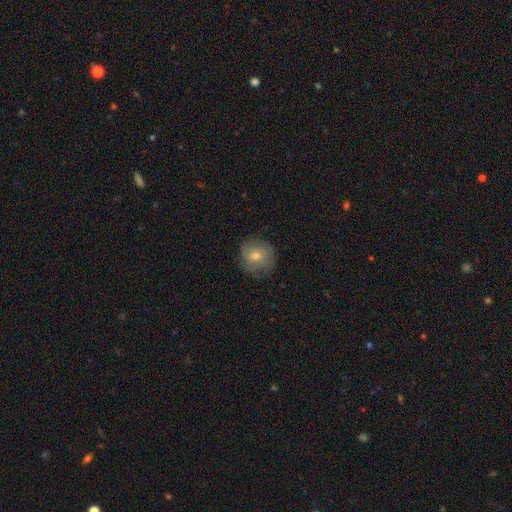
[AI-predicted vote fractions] The model was most divided on "smooth or featured": smooth: 53%, featured or disk: 36%, star or artifact: 11%. More confident: how rounded — round (88%); merging — none (78%).